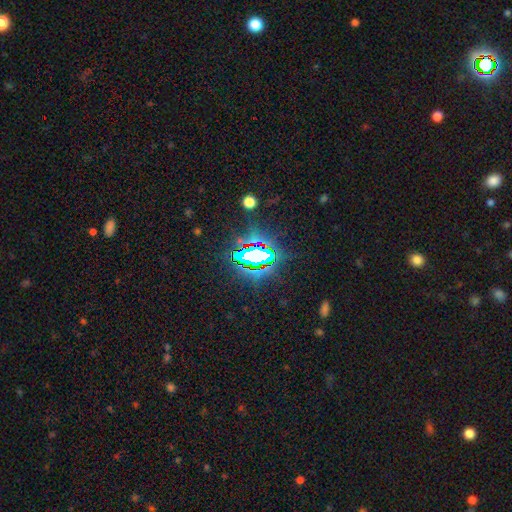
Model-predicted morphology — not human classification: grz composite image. It shows a star or artifact, not a galaxy (69%).